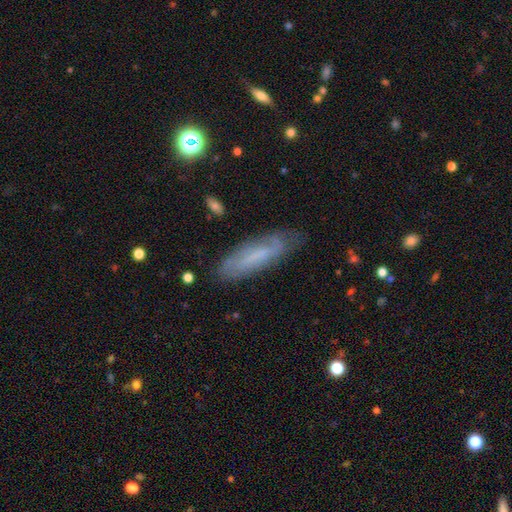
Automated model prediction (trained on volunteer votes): Smooth or featured? smooth (49%)
Merging? none (74%)